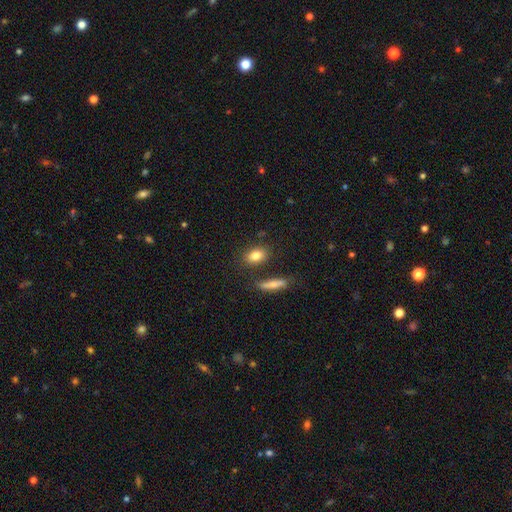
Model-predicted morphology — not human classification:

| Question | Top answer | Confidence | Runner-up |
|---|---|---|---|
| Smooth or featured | smooth | 81% | featured or disk (10%) |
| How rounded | in between | 76% | round (19%) |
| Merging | none | 76% | minor disturbance (12%) |